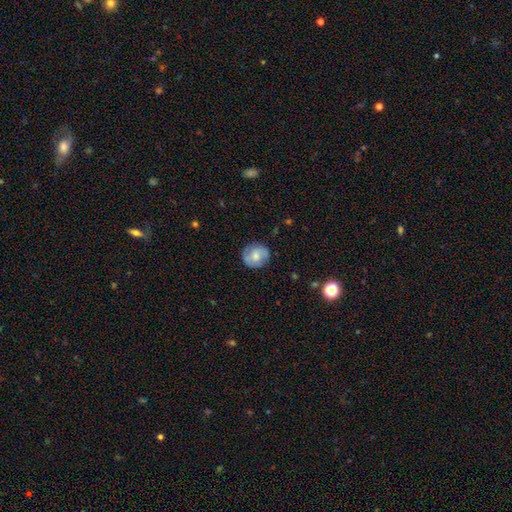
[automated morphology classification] This is possibly a smooth galaxy (54%). How rounded: clearly round (84%). Merging: clearly none (81%).